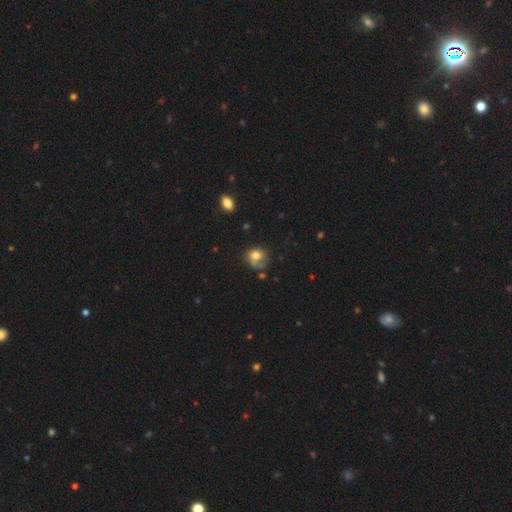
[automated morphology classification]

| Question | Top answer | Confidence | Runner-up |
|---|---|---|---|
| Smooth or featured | smooth | 72% | featured or disk (16%) |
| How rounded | round | 69% | in between (30%) |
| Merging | none | 50% | minor disturbance (24%) |